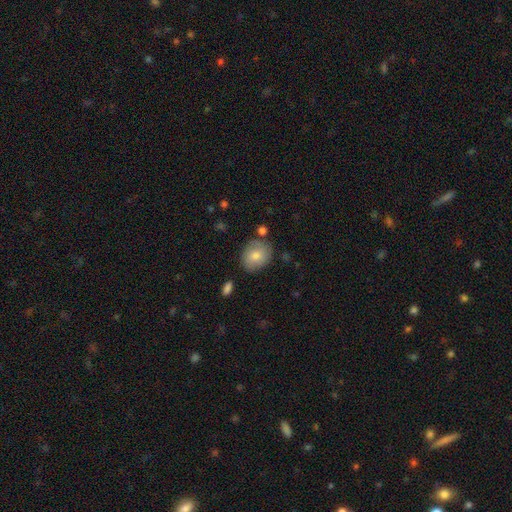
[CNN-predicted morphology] A smooth galaxy with no disk features (75%) that is round (63%). Merging: none (76%).